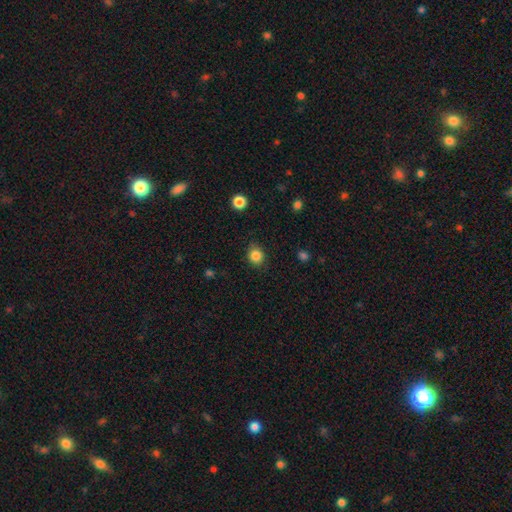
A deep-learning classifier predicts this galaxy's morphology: Smooth or featured?
  - smooth: 84% *
  - star or artifact: 11%
  - featured or disk: 4%
How rounded?
  - round: 79% *
  - in between: 20%
  - cigar-shaped: 1%
Merging?
  - none: 84% *
  - minor disturbance: 11%
  - major disturbance: 3%
  - merger: 1%